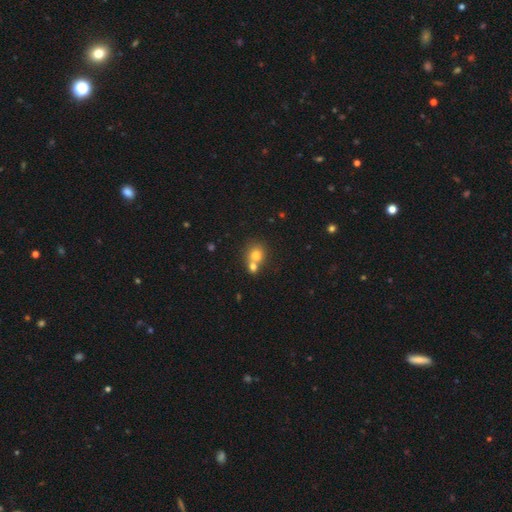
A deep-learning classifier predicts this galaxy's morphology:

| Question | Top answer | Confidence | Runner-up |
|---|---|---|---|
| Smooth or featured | smooth | 74% | featured or disk (13%) |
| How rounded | round | 79% | in between (20%) |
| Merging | merger | 52% | none (39%) |